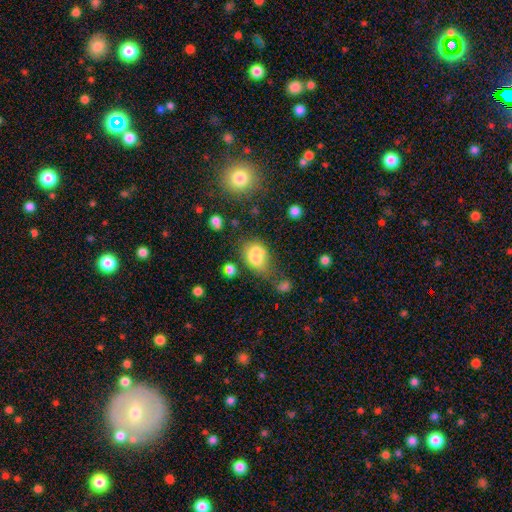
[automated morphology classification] This is likely a smooth galaxy (71%). How rounded: likely in between (74%). Merging: marginally none (31%).